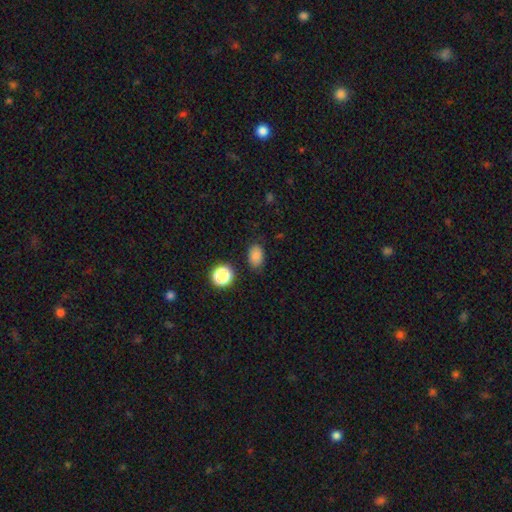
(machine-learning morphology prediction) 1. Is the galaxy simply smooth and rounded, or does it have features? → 83% smooth, 12% star or artifact, 4% featured or disk.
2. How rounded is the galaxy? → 79% in between, 19% round, 1% cigar-shaped.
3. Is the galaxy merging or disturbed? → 82% none, 13% minor disturbance, 3% major disturbance, 2% merger.